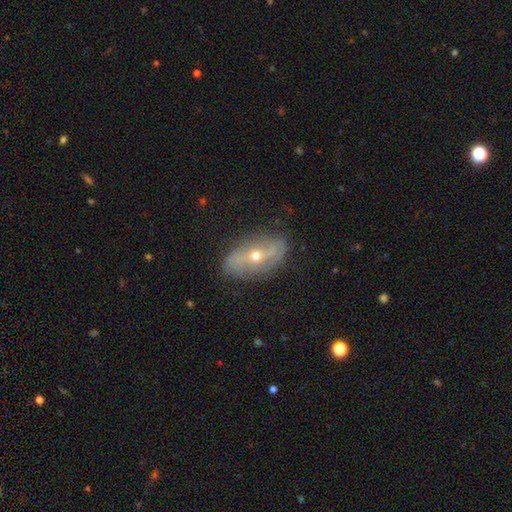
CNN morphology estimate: Overall: featured or disk (70%). Edge-on disk: no (84%). Bar: no (47%; weak 27%). Spiral arms: yes (65%; no 35%). Bulge size: moderate (49%; small 48%). Merging: none (77%).